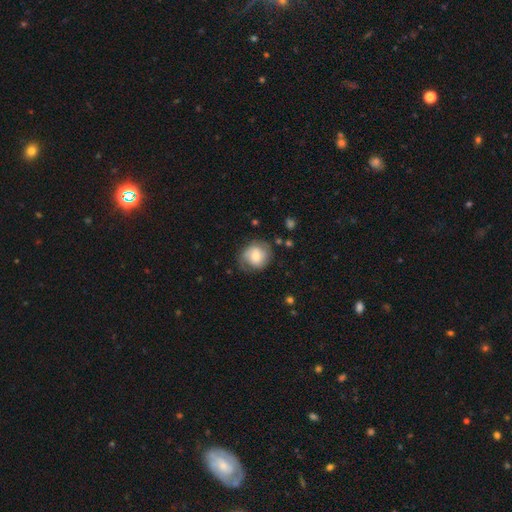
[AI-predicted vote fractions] This appears to be a smooth galaxy with no disk features (53%) that is round (77%). Merging: none (66%).